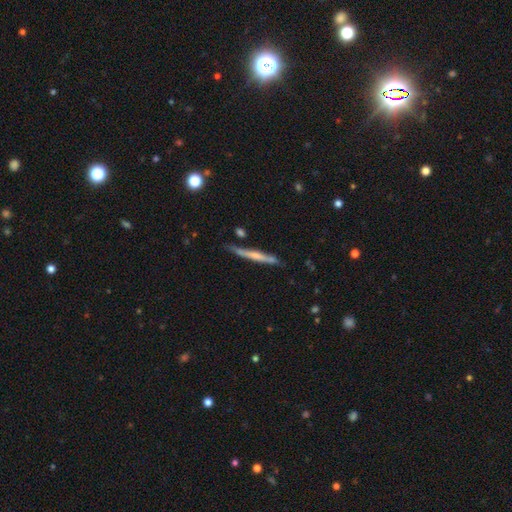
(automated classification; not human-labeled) Q: Smooth or featured?
A: featured or disk (55%); runner-up: smooth (39%)
Q: Edge-on disk?
A: yes (95%); runner-up: no (5%)
Q: Edge-on bulge?
A: none (53%); runner-up: rounded (32%)
Q: Merging?
A: none (79%); runner-up: minor disturbance (14%)